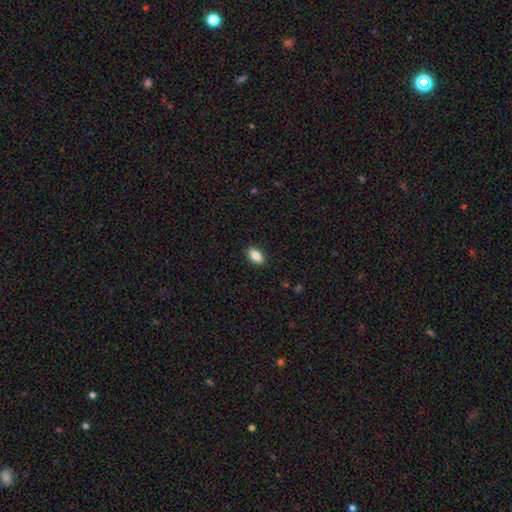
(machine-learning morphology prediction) Overall: smooth (86%). How rounded: in between (90%). Merging: none (89%).